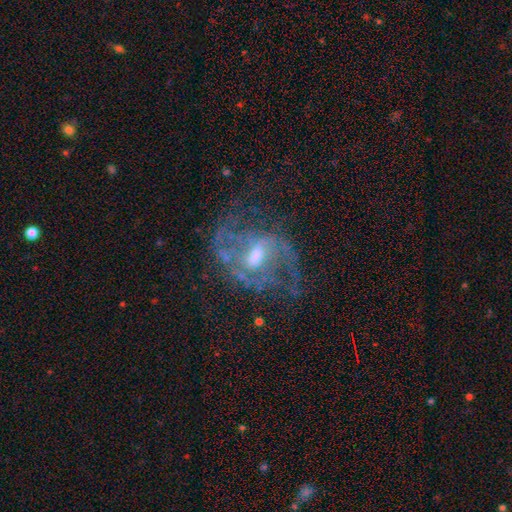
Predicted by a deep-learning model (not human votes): Morphology: type=featured or disk (84%); edge-on=no (97%); bar=weak (57%); spiral arms=yes (89%); winding=medium (49%); arm count=2 (67%); bulge=moderate (56%); merging=none (58%).